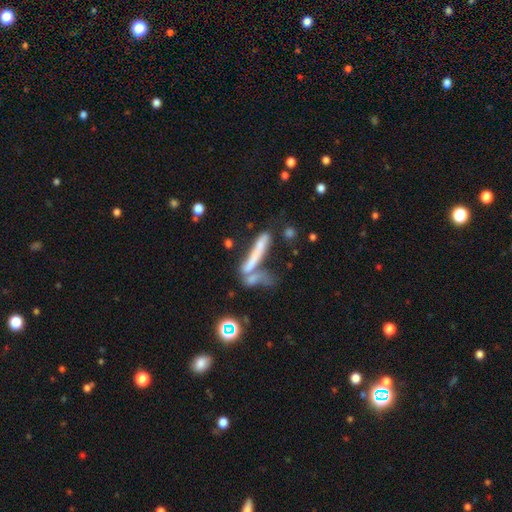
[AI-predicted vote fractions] A smooth galaxy with no disk features (48%). Merging: merger (39%).